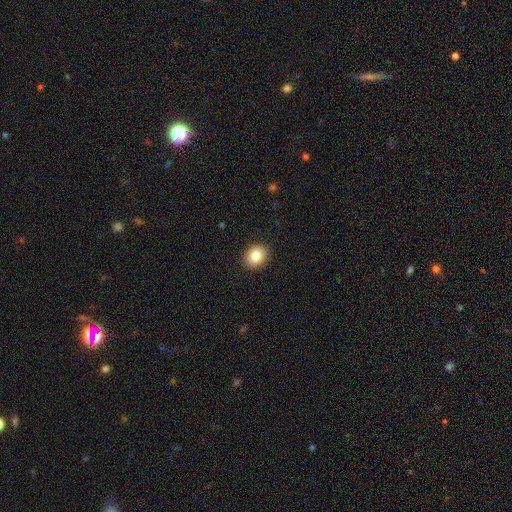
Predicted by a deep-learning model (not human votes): A smooth galaxy with no disk features (83%) that is round (55%). Merging: none (90%).